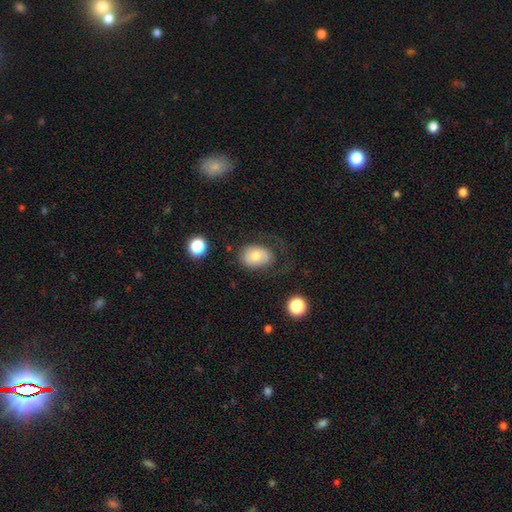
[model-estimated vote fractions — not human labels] Smooth or featured? smooth (63%)
How rounded? in between (75%)
Merging? none (50%)